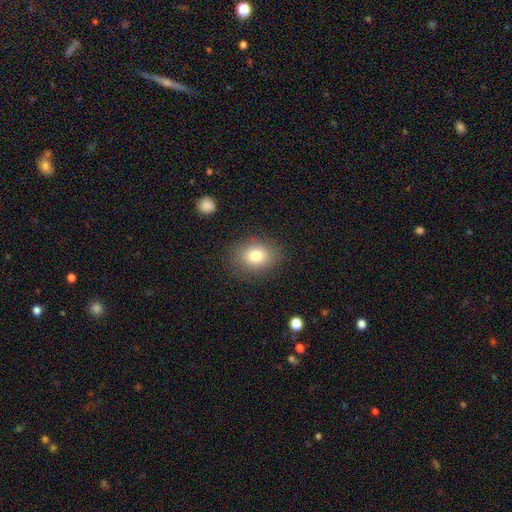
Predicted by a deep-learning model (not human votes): Morphology: type=smooth (80%); roundness=in between (61%); merging=none (84%).